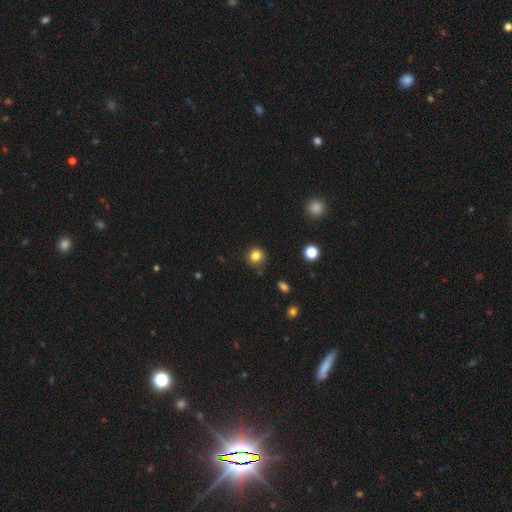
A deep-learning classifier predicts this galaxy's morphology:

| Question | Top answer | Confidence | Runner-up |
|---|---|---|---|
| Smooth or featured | smooth | 82% | star or artifact (12%) |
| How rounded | round | 91% | in between (8%) |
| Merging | none | 84% | minor disturbance (12%) |